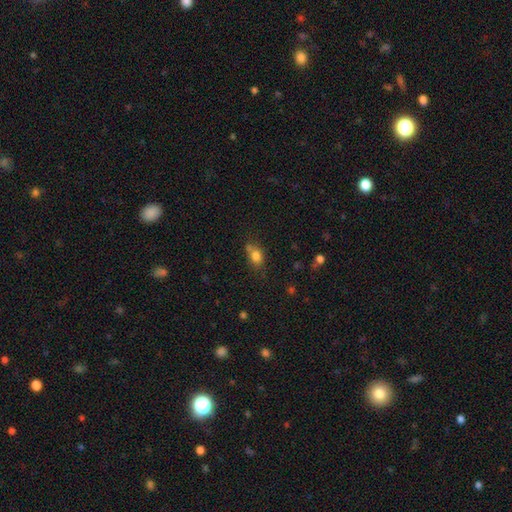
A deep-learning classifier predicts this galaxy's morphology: Smooth or featured? Predicted: smooth (p=0.80). How rounded? Predicted: in between (p=0.63). Merging? Predicted: none (p=0.50).